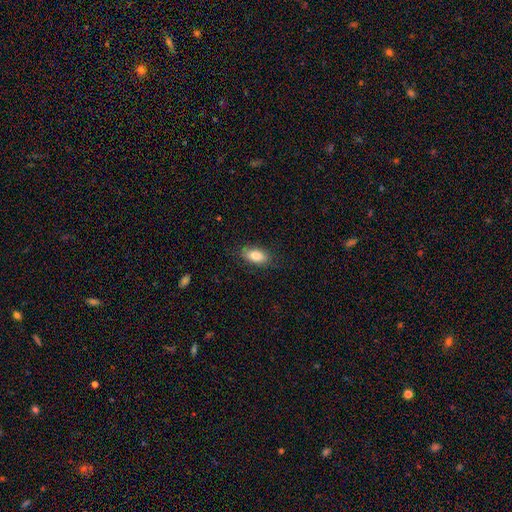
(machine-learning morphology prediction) The model was most divided on "merging": none: 83%, minor disturbance: 12%, major disturbance: 3%, merger: 1%. More confident: how rounded — in between (89%); smooth or featured — smooth (84%).